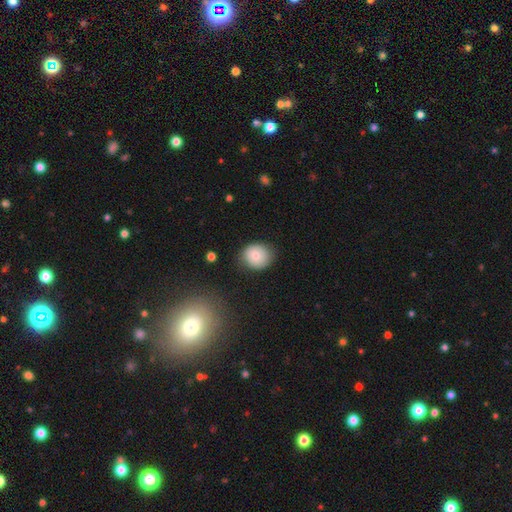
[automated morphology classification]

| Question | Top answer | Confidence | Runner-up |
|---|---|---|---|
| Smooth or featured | smooth | 76% | featured or disk (15%) |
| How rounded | round | 80% | in between (19%) |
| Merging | none | 80% | minor disturbance (15%) |